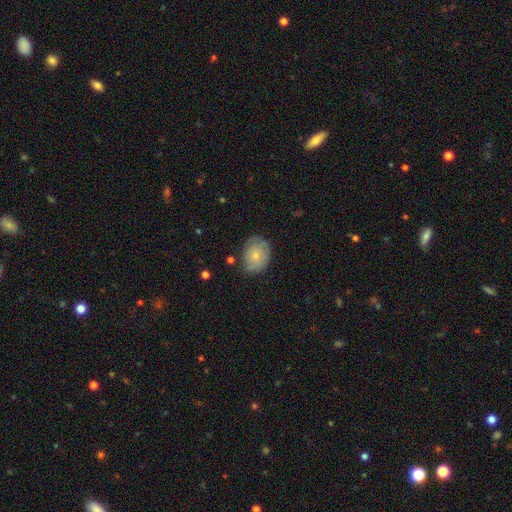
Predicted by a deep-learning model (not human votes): A smooth galaxy with no disk features (65%) that is in between round and cigar-shaped (57%). Merging: none (64%).